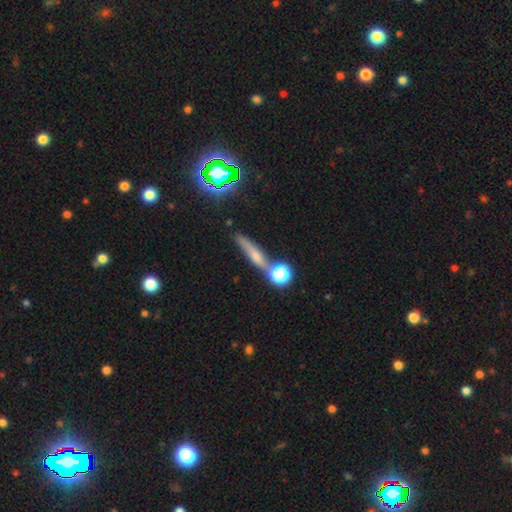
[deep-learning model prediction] Smooth or featured: smooth — 41% (featured or disk — 38%)
Merging: none — 62% (merger — 20%)